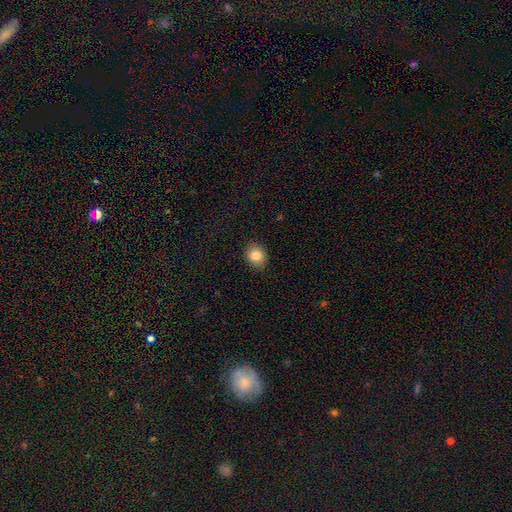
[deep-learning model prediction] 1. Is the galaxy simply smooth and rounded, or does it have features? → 84% smooth, 9% star or artifact, 7% featured or disk.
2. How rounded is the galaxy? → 51% round, 48% in between, 1% cigar-shaped.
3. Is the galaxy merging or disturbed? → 89% none, 8% minor disturbance, 2% major disturbance, 1% merger.